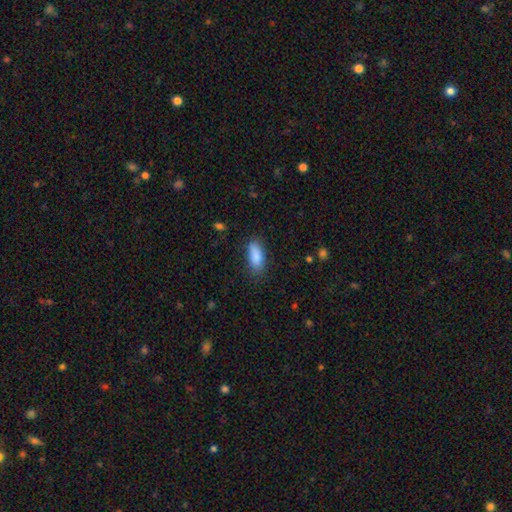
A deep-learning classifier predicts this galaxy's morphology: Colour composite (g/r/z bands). It shows a smooth galaxy with no disk features (88%) that is in between round and cigar-shaped (79%). Merging: none (79%).